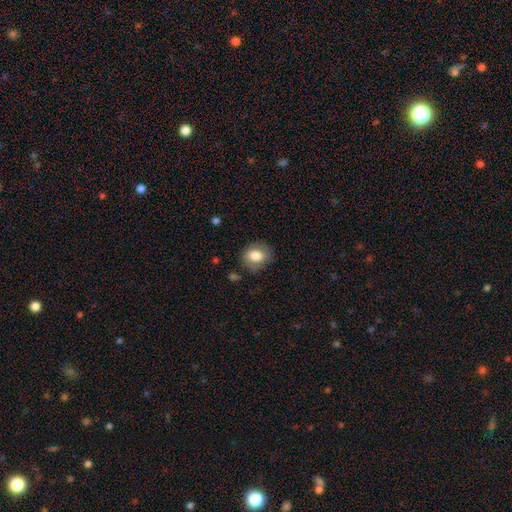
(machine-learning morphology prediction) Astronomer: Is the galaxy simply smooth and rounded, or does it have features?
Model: smooth — 78%.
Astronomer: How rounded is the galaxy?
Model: round — 53% (runner-up: in between, 46%).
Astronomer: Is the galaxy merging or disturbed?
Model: none — 77%.